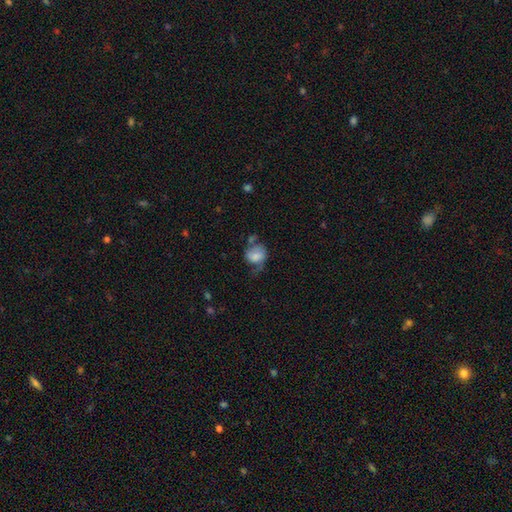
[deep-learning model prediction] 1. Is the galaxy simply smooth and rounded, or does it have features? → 63% smooth, 29% featured or disk, 8% star or artifact.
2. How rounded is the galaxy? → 55% round, 44% in between, 1% cigar-shaped.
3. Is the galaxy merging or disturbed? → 35% none, 29% minor disturbance, 26% major disturbance, 10% merger.